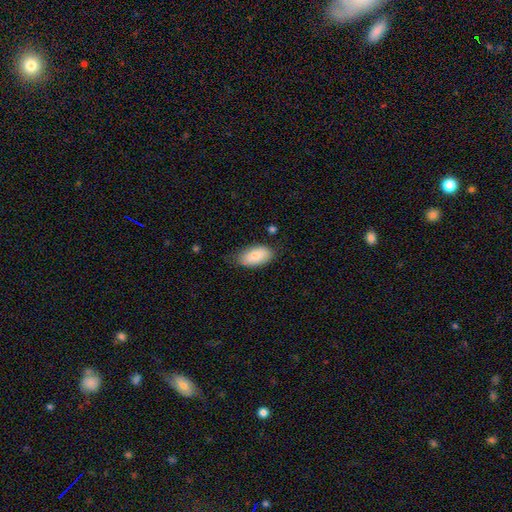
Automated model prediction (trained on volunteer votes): A smooth galaxy with no disk features (81%) that is in between round and cigar-shaped (94%).

Vote fractions:
- Smooth or featured? smooth: 81% / featured or disk: 12% / star or artifact: 7%
- How rounded? in between: 94% / round: 3% / cigar-shaped: 2%
- Merging? none: 72% / minor disturbance: 22% / major disturbance: 4% / merger: 2%